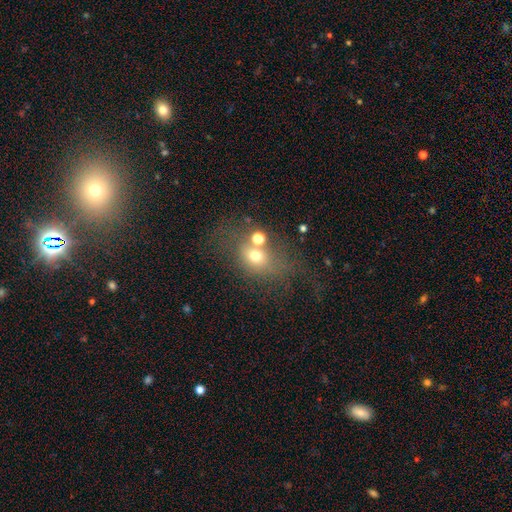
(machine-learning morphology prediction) This is likely a smooth galaxy (62%). How rounded: possibly round (56%). Merging: possibly none (45%).